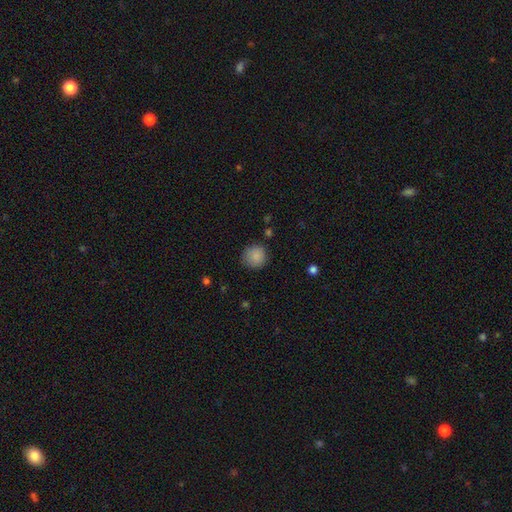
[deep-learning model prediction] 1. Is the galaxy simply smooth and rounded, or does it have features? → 87% smooth, 9% star or artifact, 4% featured or disk.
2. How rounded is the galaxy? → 92% round, 7% in between, 1% cigar-shaped.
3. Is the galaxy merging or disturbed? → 84% none, 11% minor disturbance, 3% major disturbance, 1% merger.